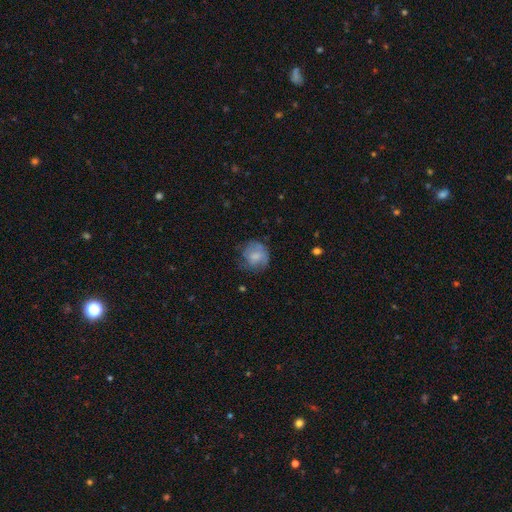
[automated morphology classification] This is likely a smooth galaxy (68%). How rounded: likely round (79%). Merging: possibly none (58%).